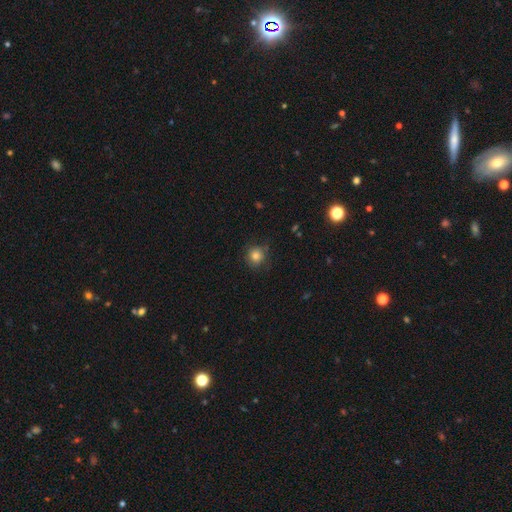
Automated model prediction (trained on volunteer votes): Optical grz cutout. It shows a smooth galaxy with no disk features (80%) that is round (88%). Merging: none (77%).